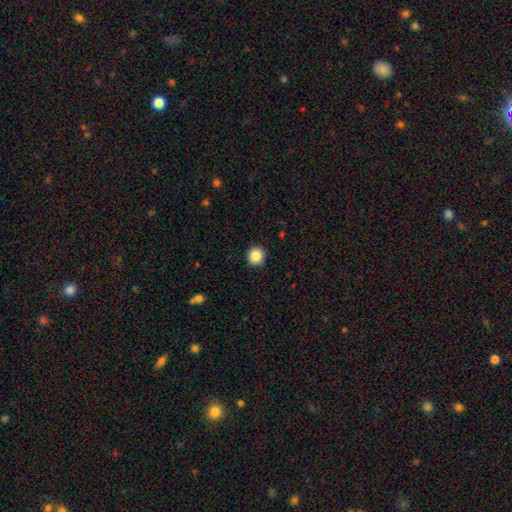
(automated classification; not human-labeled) A smooth galaxy with no disk features (87%) that is round (93%).

Vote fractions:
- Smooth or featured? smooth: 87% / star or artifact: 9% / featured or disk: 4%
- How rounded? round: 93% / in between: 6% / cigar-shaped: 1%
- Merging? none: 93% / minor disturbance: 5% / major disturbance: 2% / merger: 1%